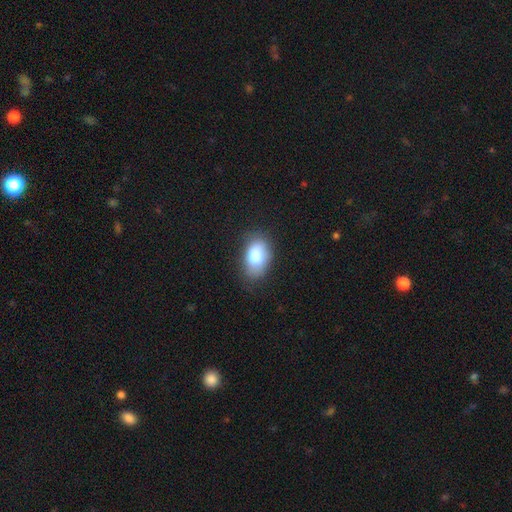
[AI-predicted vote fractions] Smooth or featured? Predicted: smooth (p=0.83). How rounded? Predicted: in between (p=0.90). Merging? Predicted: none (p=0.69).